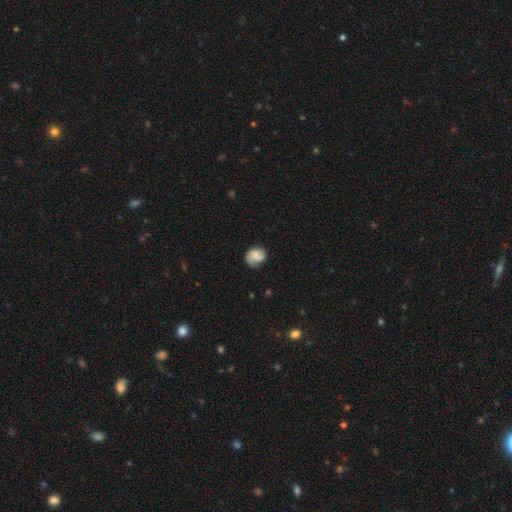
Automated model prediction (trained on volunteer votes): smooth 63%, featured or disk 29%, star or artifact 8%. Down the decision tree: how rounded — round (66%); merging — none (71%).